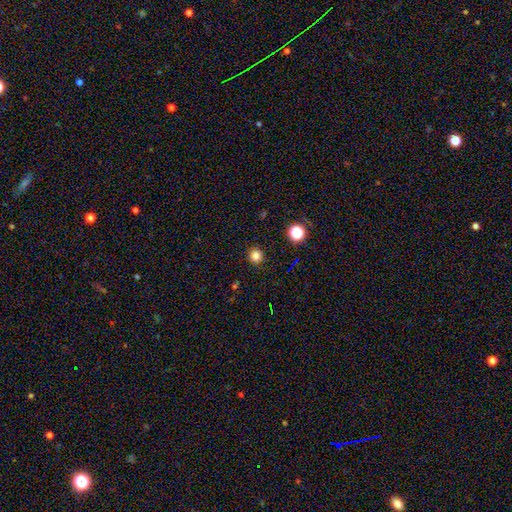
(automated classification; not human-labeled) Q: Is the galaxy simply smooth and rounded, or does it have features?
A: smooth — 82%.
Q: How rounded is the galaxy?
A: round — 93%.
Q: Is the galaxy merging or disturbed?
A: none — 92%.